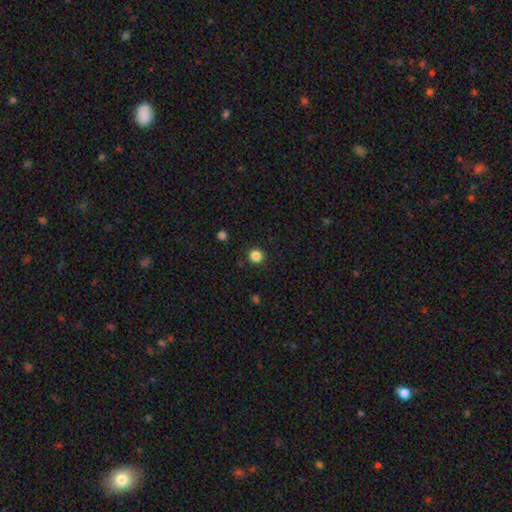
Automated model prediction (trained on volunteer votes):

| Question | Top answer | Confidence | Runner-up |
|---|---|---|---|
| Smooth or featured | smooth | 85% | star or artifact (12%) |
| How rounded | round | 94% | in between (5%) |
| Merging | none | 91% | minor disturbance (6%) |